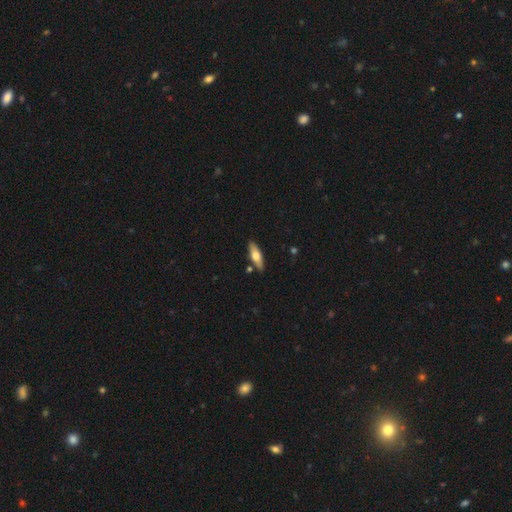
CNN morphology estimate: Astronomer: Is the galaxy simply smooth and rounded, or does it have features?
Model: smooth — 58% (runner-up: featured or disk, 36%).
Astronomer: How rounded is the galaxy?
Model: in between — 51% (runner-up: cigar-shaped, 47%).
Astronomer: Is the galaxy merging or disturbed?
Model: none — 83%.